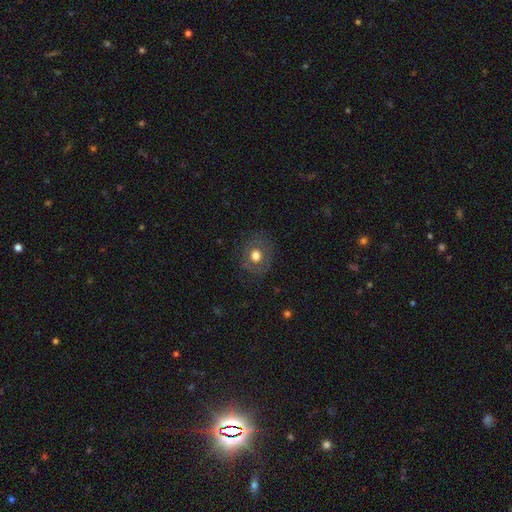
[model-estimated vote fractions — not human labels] A smooth galaxy with no disk features (62%) that is round (72%). Merging: none (80%).